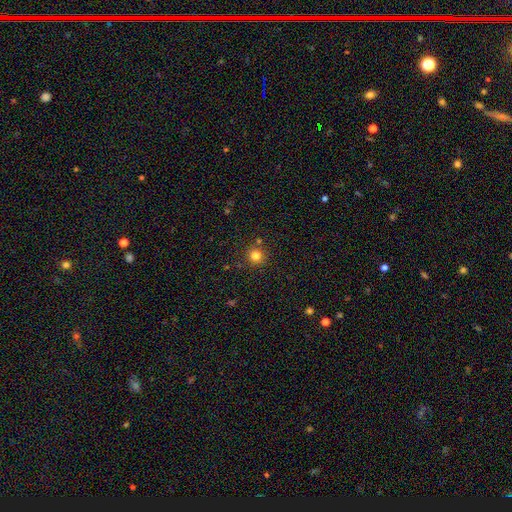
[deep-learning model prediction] Overall: smooth (80%). How rounded: round (94%). Merging: none (85%).